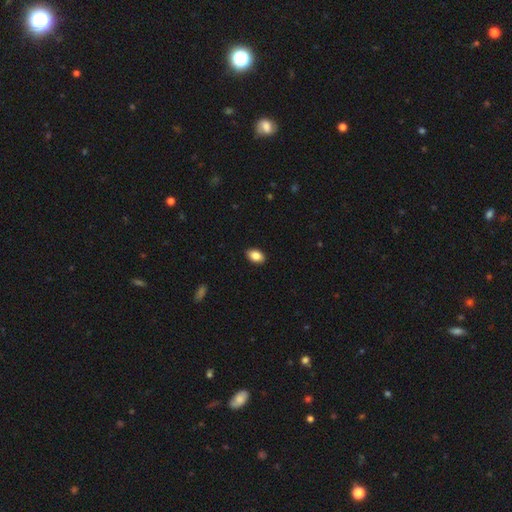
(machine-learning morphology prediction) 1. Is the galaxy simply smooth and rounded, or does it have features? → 86% smooth, 8% star or artifact, 6% featured or disk.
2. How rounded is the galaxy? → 89% in between, 10% round, 1% cigar-shaped.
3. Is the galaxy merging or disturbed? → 90% none, 8% minor disturbance, 2% major disturbance, 1% merger.